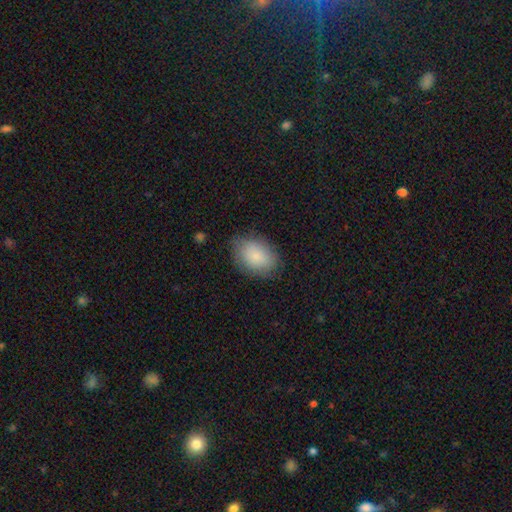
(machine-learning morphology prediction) Smooth or featured: smooth — 83% (featured or disk — 9%)
How rounded: in between — 77% (round — 22%)
Merging: none — 77% (minor disturbance — 17%)